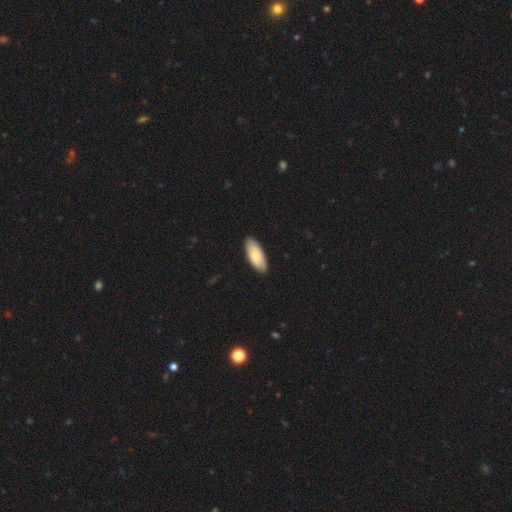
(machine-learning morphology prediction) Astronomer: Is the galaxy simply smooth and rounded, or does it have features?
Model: smooth — 78%.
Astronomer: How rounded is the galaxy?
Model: in between — 87%.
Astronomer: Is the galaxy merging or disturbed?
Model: none — 89%.